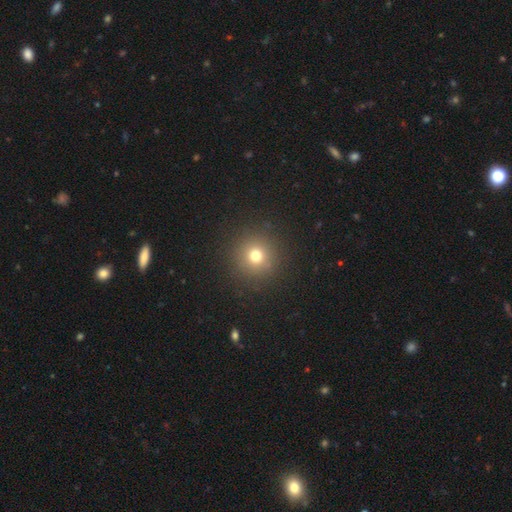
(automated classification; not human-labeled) Smooth or featured: smooth — 73% (star or artifact — 18%)
How rounded: round — 95% (in between — 4%)
Merging: none — 90% (minor disturbance — 6%)